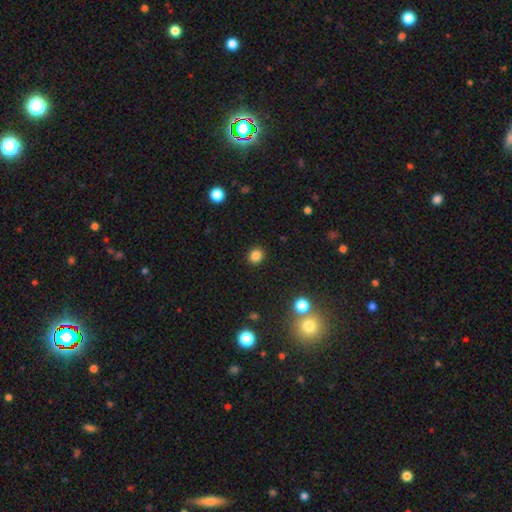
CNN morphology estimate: smooth 84%, star or artifact 12%, featured or disk 4%. Down the decision tree: how rounded — round (84%); merging — none (91%).